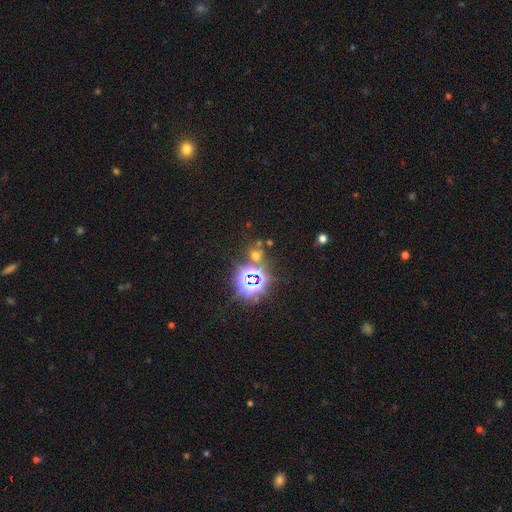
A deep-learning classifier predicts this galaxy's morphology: The model was most divided on "smooth or featured": star or artifact: 58%, smooth: 34%, featured or disk: 8%.